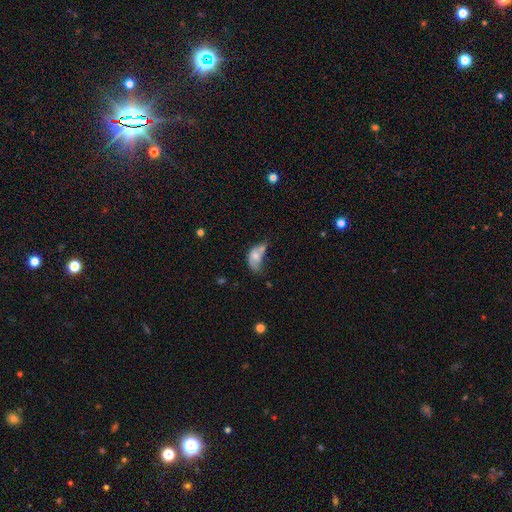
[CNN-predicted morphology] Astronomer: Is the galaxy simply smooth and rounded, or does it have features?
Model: smooth — 59%.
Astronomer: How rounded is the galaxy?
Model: in between — 87%.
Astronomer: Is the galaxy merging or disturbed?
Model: merger — 32% (runner-up: major disturbance, 25%).